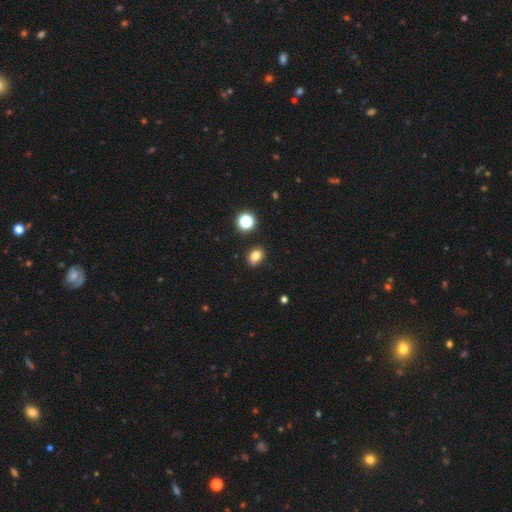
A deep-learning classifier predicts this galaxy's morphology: type=smooth (77%); roundness=in between (65%); merging=none (75%).